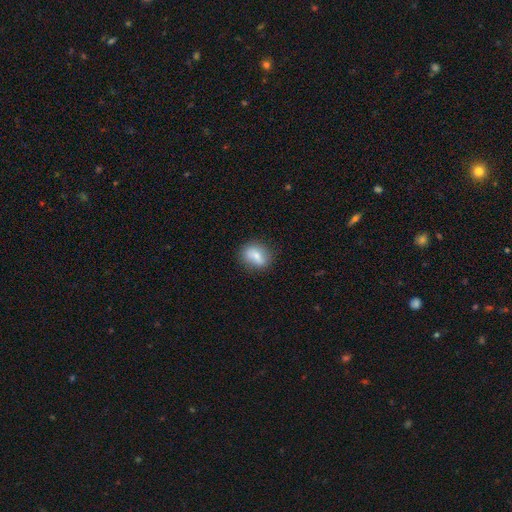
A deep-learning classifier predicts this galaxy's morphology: Q: Smooth or featured?
A: smooth (73%); runner-up: featured or disk (19%)
Q: How rounded?
A: in between (56%); runner-up: round (40%)
Q: Merging?
A: none (76%); runner-up: minor disturbance (16%)